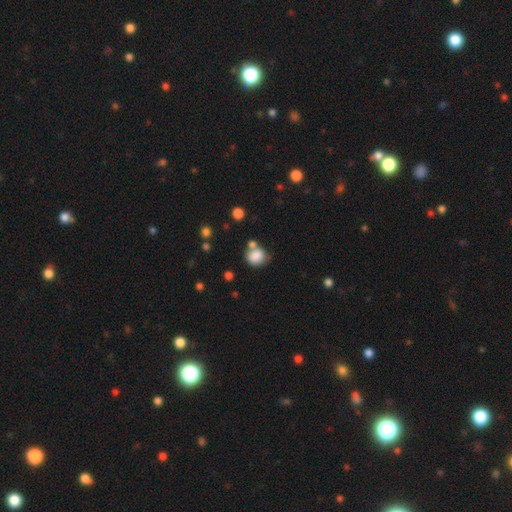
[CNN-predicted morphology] This is clearly a smooth galaxy (83%). How rounded: likely round (67%). Merging: possibly none (50%).